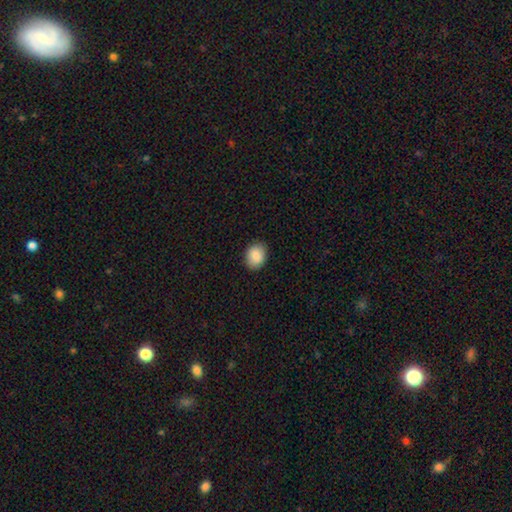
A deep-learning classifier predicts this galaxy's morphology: Smooth or featured?
  - smooth: 89% *
  - star or artifact: 7%
  - featured or disk: 4%
How rounded?
  - in between: 59% *
  - round: 40%
  - cigar-shaped: 1%
Merging?
  - none: 87% *
  - minor disturbance: 10%
  - major disturbance: 2%
  - merger: 1%